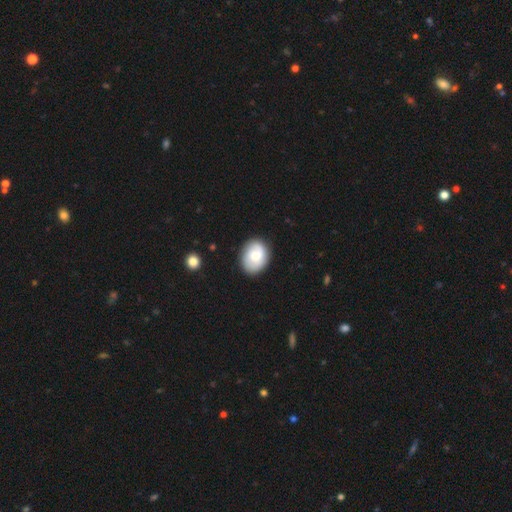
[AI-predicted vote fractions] smooth 60%, featured or disk 34%, star or artifact 7%. Down the decision tree: how rounded — in between (58%); merging — none (83%).